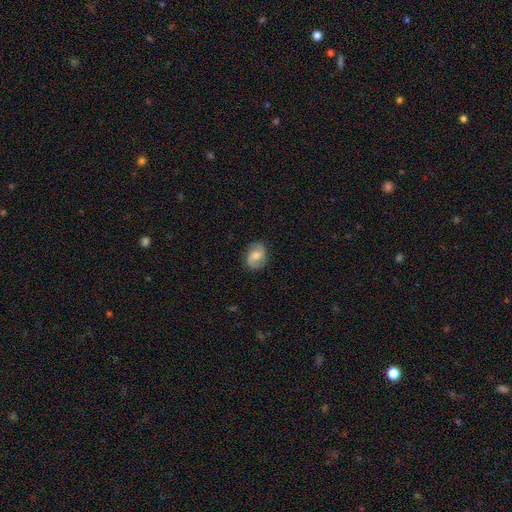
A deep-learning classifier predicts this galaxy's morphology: This is likely a featured or disk galaxy (71%). It is clearly not viewed edge-on (98%). Bar: possibly weak (47%). Spiral arm pattern: clearly yes (94%). Spiral arm count: clearly 2 (91%). Spiral winding: possibly medium (50%). Central bulge: possibly moderate (50%). Merging: clearly none (83%).